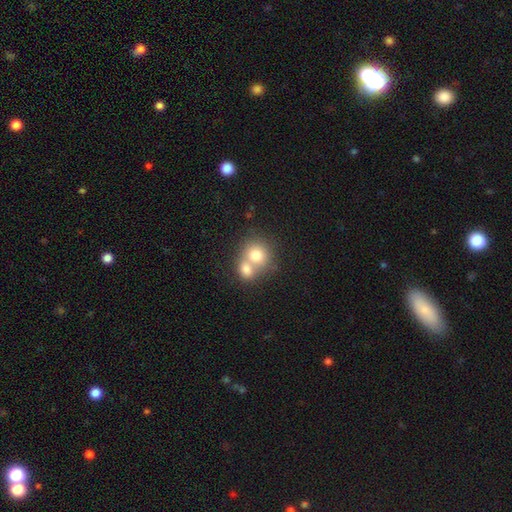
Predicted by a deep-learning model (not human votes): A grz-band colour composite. It shows a smooth galaxy with no disk features (75%) that is round (76%). Merging: merger (62%).